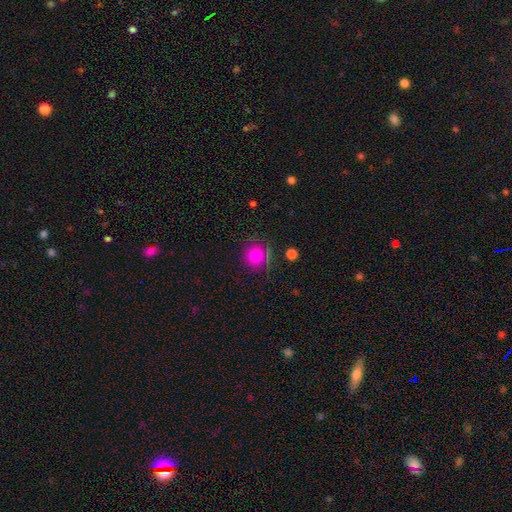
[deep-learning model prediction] Smooth or featured?
  - smooth: 81% *
  - star or artifact: 11%
  - featured or disk: 8%
How rounded?
  - round: 89% *
  - in between: 10%
  - cigar-shaped: 1%
Merging?
  - none: 78% *
  - minor disturbance: 14%
  - major disturbance: 5%
  - merger: 3%